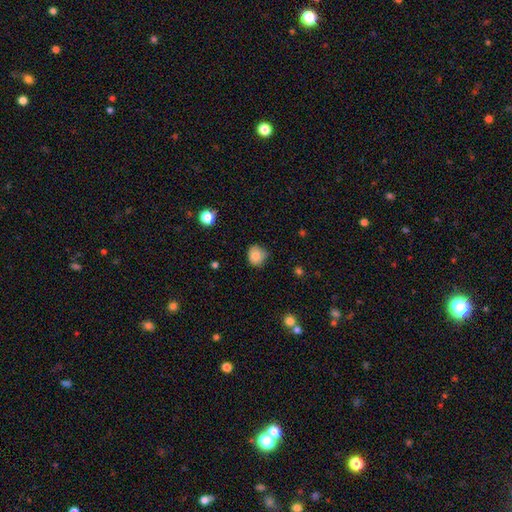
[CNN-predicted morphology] smooth_or_featured: smooth (p=0.84) [alt: star or artifact p=0.09]
how_rounded: round (p=0.79) [alt: in between p=0.20]
merging: none (p=0.72) [alt: minor disturbance p=0.23]